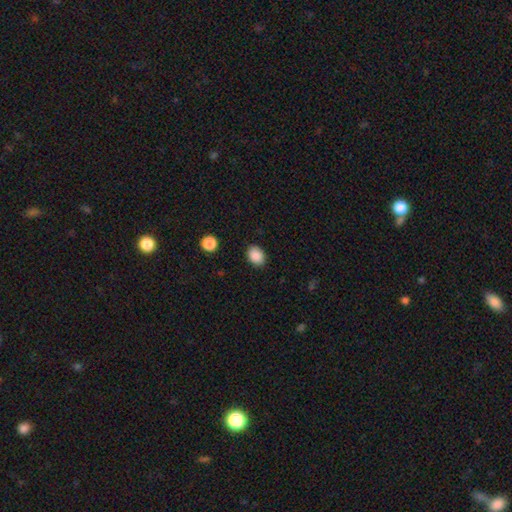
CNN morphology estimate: Q: Smooth or featured?
A: smooth (88%); runner-up: star or artifact (9%)
Q: How rounded?
A: in between (64%); runner-up: round (35%)
Q: Merging?
A: none (88%); runner-up: minor disturbance (8%)